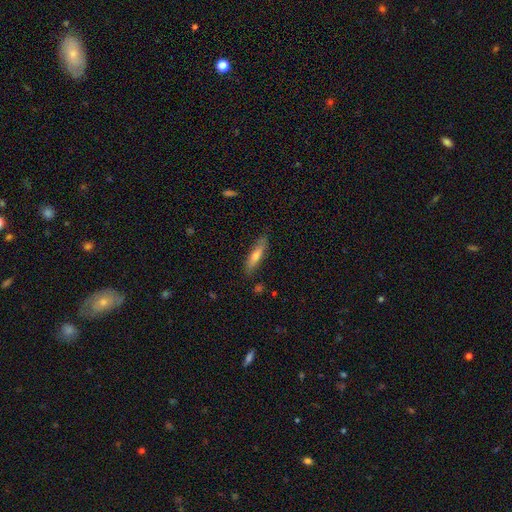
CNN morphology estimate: A smooth galaxy with no disk features (62%) that is cigar-shaped (76%). Merging: none (82%).